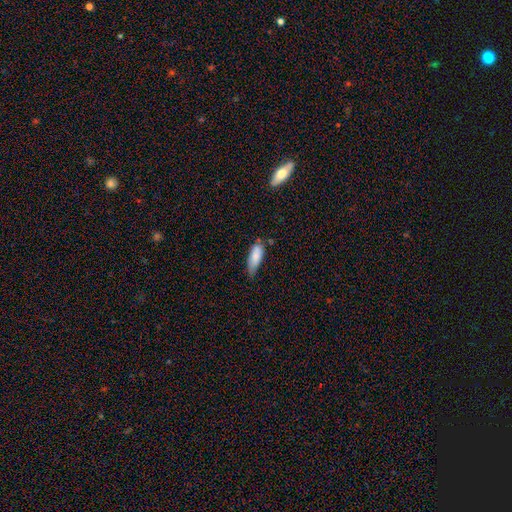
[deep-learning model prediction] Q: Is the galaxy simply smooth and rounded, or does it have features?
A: smooth — 84%.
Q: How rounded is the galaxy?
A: in between — 69%.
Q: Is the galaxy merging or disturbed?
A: none — 53%.